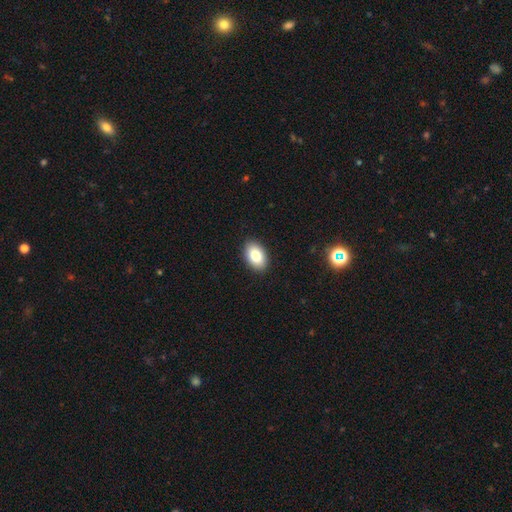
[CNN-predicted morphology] smooth 84%, featured or disk 9%, star or artifact 7%. Down the decision tree: how rounded — in between (92%); merging — none (90%).